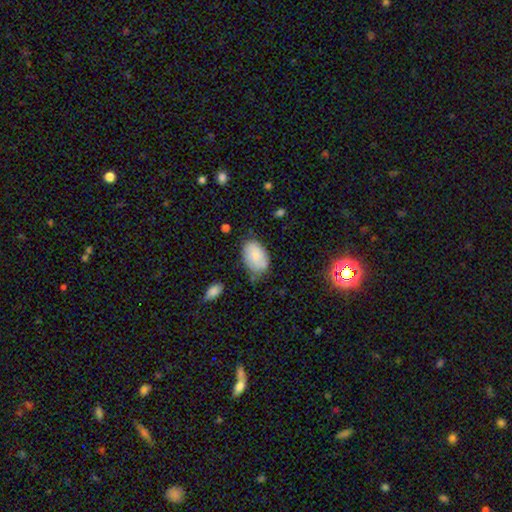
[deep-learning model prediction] Q: Smooth or featured?
A: smooth (78%); runner-up: featured or disk (16%)
Q: How rounded?
A: in between (91%); runner-up: round (8%)
Q: Merging?
A: none (64%); runner-up: minor disturbance (26%)